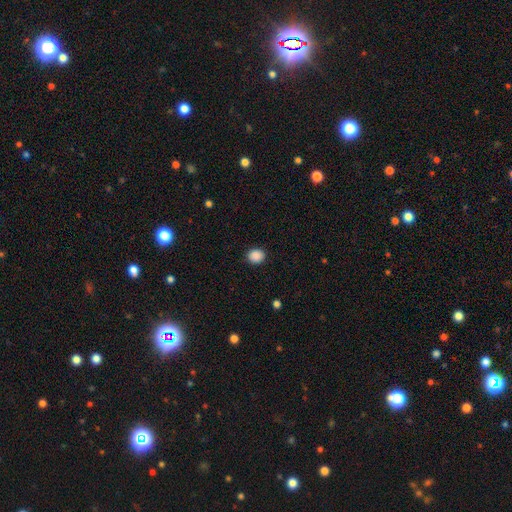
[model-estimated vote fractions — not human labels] This appears to be a smooth galaxy with no disk features (89%) that is round (68%). Merging: none (90%).